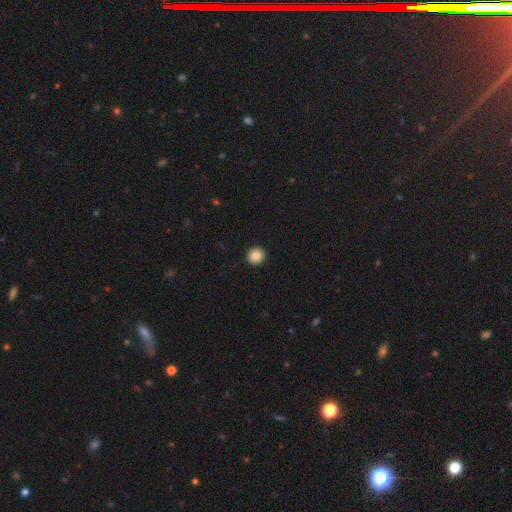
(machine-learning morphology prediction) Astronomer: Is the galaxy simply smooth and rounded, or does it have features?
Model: smooth — 85%.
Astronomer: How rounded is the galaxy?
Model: round — 94%.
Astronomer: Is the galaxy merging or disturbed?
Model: none — 94%.